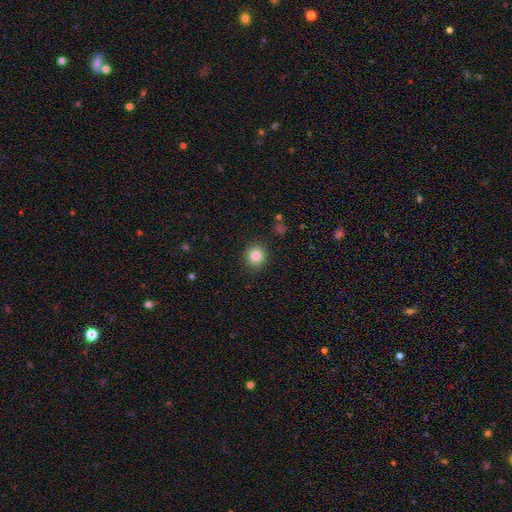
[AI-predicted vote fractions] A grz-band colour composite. It shows a smooth galaxy with no disk features (84%) that is round (89%). Merging: none (89%).